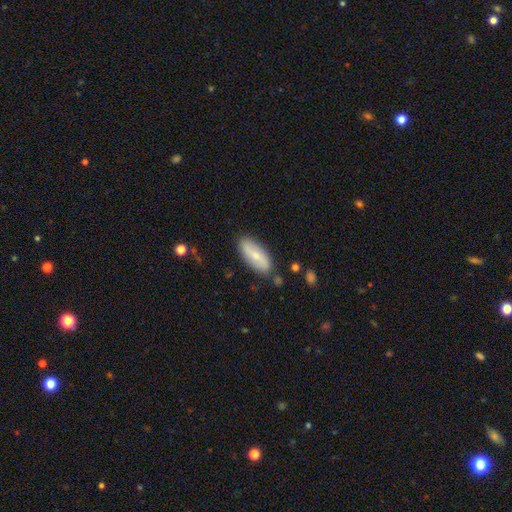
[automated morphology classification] smooth 56%, featured or disk 38%, star or artifact 6%. Down the decision tree: how rounded — in between (76%); merging — none (83%).